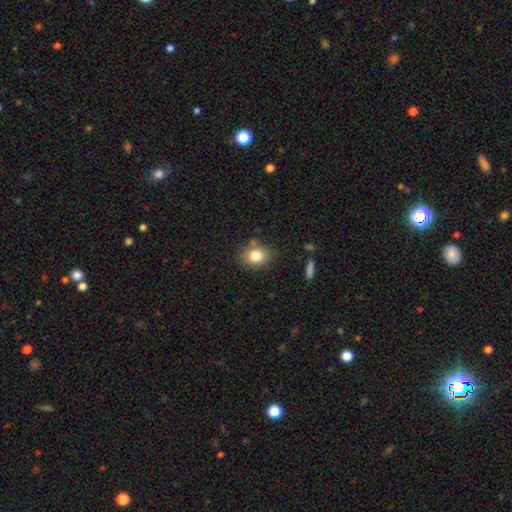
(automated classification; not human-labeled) This is clearly a smooth galaxy (82%). How rounded: possibly in between (52%). Merging: likely none (78%).